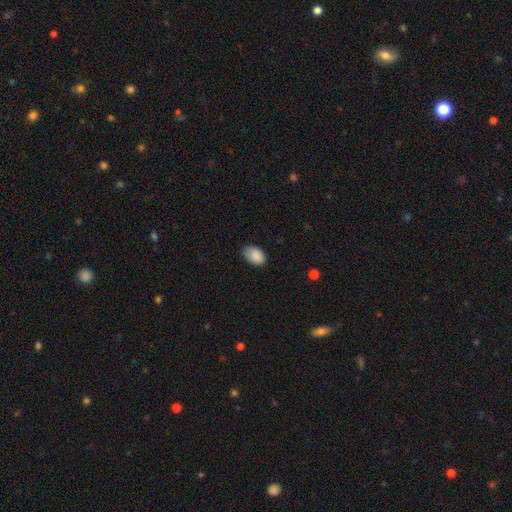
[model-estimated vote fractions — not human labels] This is clearly a smooth galaxy (89%). How rounded: clearly in between (88%). Merging: likely none (75%).